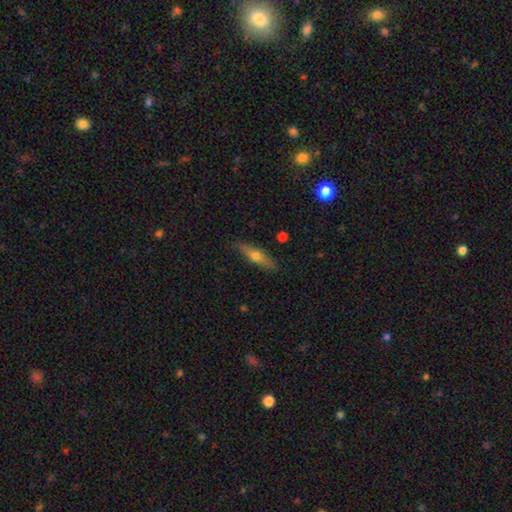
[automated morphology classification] A featured or disk galaxy (47%, tied with smooth). Merging: none (85%).